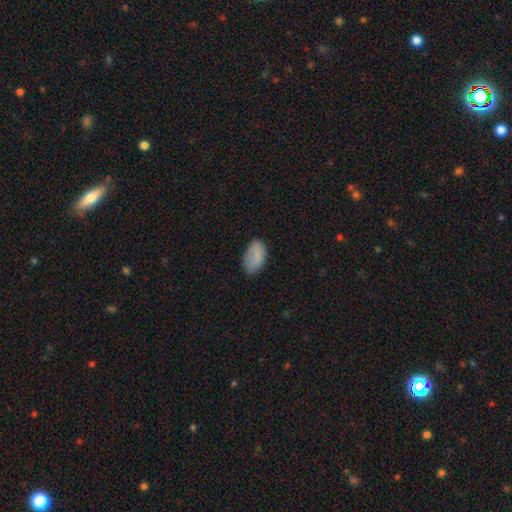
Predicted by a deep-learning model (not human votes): smooth-or-featured: smooth: 81% | featured or disk: 11% | star or artifact: 8%
  how-rounded: in between: 93% | round: 5% | cigar-shaped: 2%
  merging: none: 73% | minor disturbance: 20% | major disturbance: 5% | merger: 1%